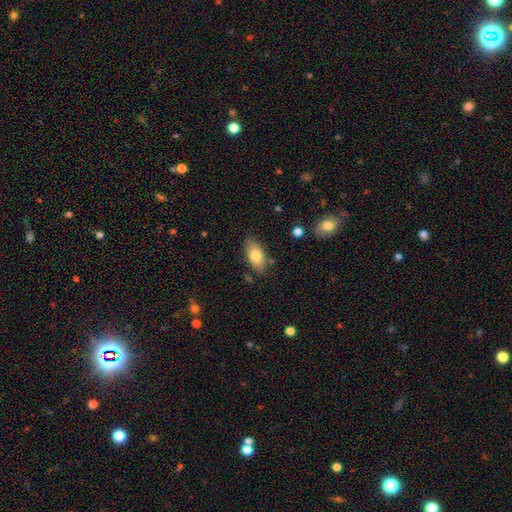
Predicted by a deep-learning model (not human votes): smooth 78%, featured or disk 16%, star or artifact 7%. Down the decision tree: how rounded — in between (91%); merging — none (80%).